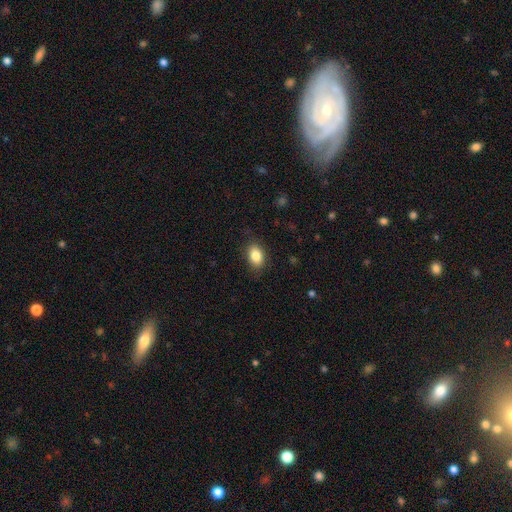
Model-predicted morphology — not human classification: This is clearly a smooth galaxy (85%). How rounded: clearly in between (82%). Merging: clearly none (85%).